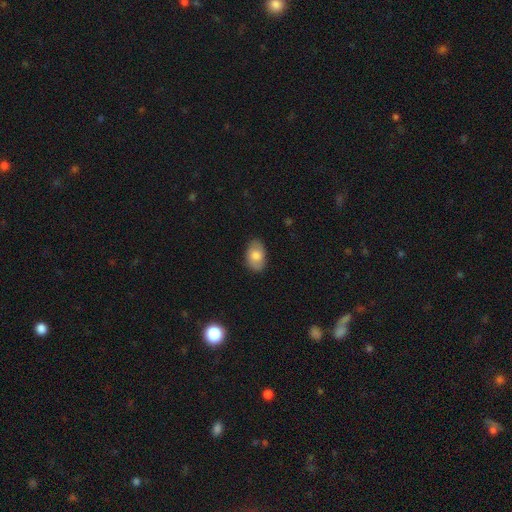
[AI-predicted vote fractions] Smooth or featured?
  - smooth: 75% *
  - featured or disk: 18%
  - star or artifact: 7%
How rounded?
  - in between: 90% *
  - round: 9%
  - cigar-shaped: 1%
Merging?
  - none: 83% *
  - minor disturbance: 14%
  - major disturbance: 3%
  - merger: 1%